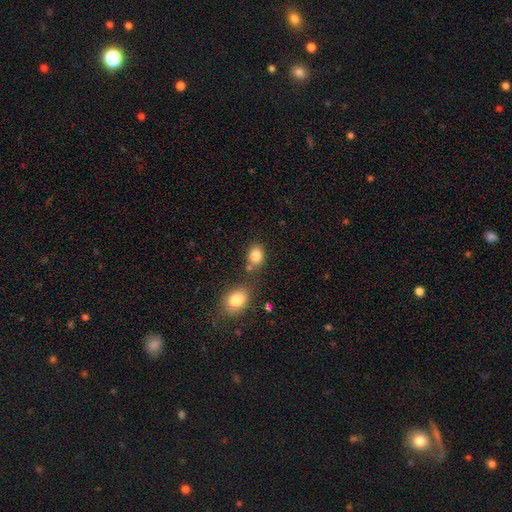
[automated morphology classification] Smooth or featured? Predicted: smooth (p=0.82). How rounded? Predicted: in between (p=0.59). Merging? Predicted: none (p=0.60).